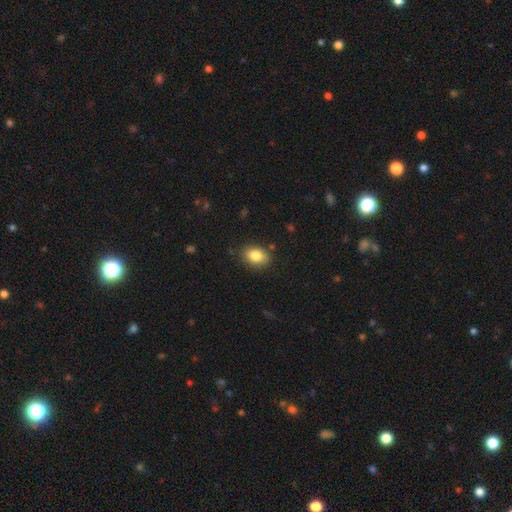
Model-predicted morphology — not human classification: Smooth or featured: smooth — 84% (star or artifact — 8%)
How rounded: in between — 77% (round — 22%)
Merging: none — 85% (minor disturbance — 11%)